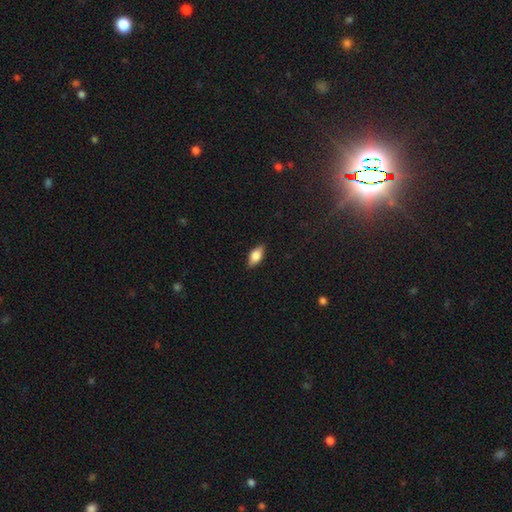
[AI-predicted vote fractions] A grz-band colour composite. It shows a smooth galaxy with no disk features (72%) that is in between round and cigar-shaped (86%). Merging: none (87%).